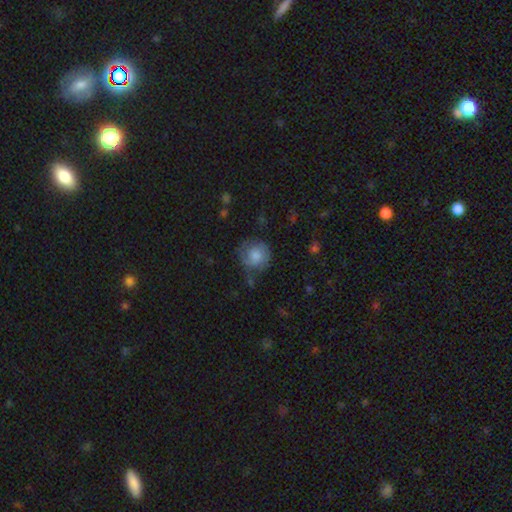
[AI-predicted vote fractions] smooth_or_featured: smooth (p=0.60) [alt: featured or disk p=0.32]
how_rounded: round (p=0.86) [alt: in between p=0.13]
merging: none (p=0.59) [alt: minor disturbance p=0.26]